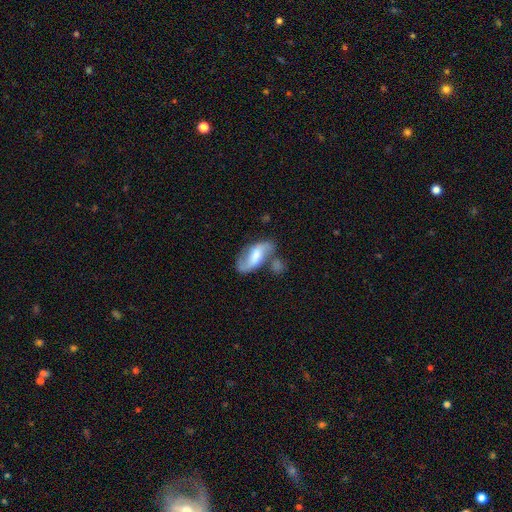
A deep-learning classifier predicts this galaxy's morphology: featured or disk 68%, smooth 25%, star or artifact 6%. Down the decision tree: edge-on disk — no (94%); bar — weak (44%); spiral arms — yes (91%); spiral arm count — 2 (90%); spiral winding — loose (56%); bulge size — moderate (38%); merging — none (53%).